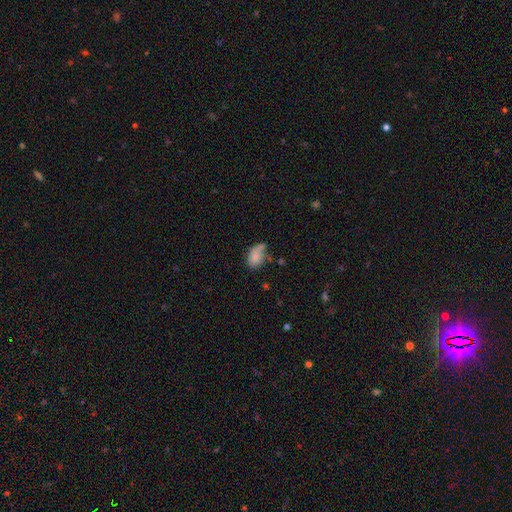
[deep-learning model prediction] A smooth galaxy with no disk features (71%) that is in between round and cigar-shaped (73%).

Vote fractions:
- Smooth or featured? smooth: 71% / featured or disk: 20% / star or artifact: 9%
- How rounded? in between: 73% / round: 25% / cigar-shaped: 1%
- Merging? none: 39% / minor disturbance: 33% / major disturbance: 17% / merger: 11%